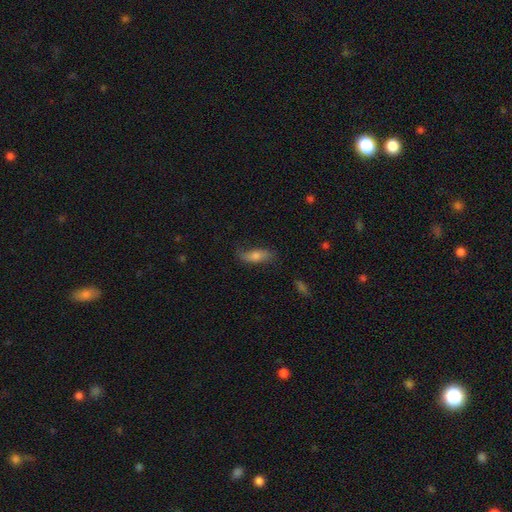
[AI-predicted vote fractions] Smooth or featured? smooth (62%)
How rounded? in between (62%)
Merging? none (68%)